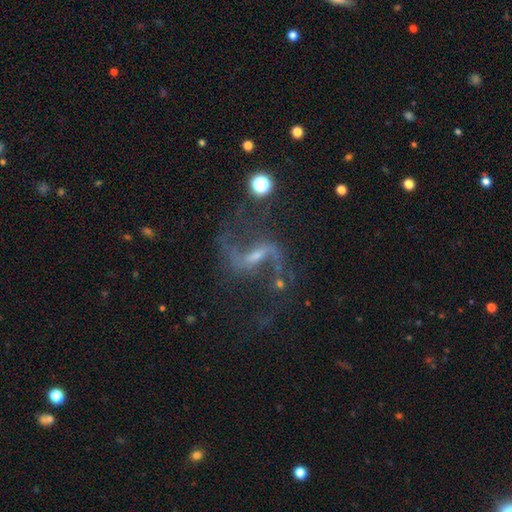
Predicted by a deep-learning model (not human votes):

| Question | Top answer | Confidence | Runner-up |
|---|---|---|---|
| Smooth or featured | featured or disk | 86% | star or artifact (9%) |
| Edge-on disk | no | 96% | yes (4%) |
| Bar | weak | 46% | strong (39%) |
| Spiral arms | yes | 95% | no (5%) |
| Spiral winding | loose | 78% | medium (18%) |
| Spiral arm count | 2 | 92% | 1 (3%) |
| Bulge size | small | 56% | moderate (26%) |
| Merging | none | 58% | major disturbance (19%) |